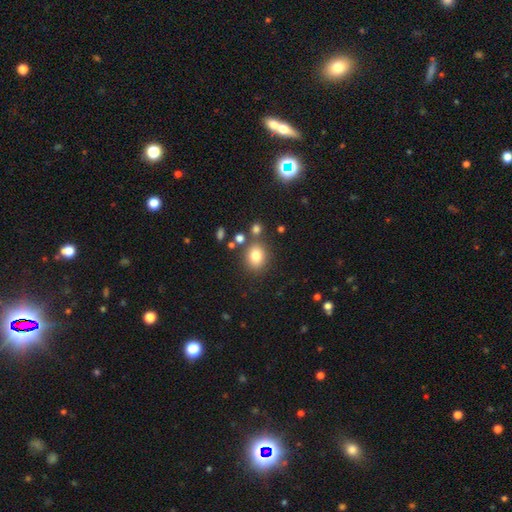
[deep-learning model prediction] This is likely a smooth galaxy (80%). How rounded: likely round (63%). Merging: likely none (75%).